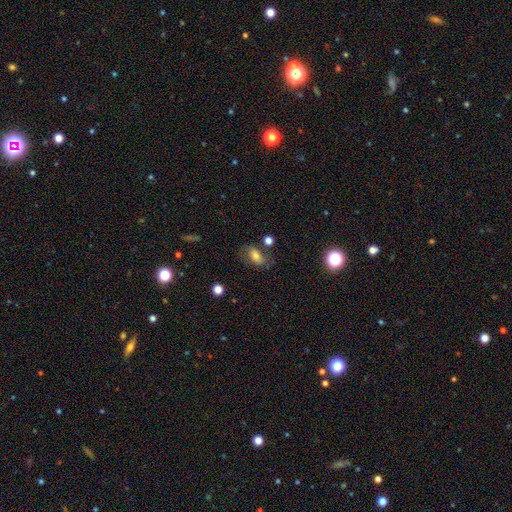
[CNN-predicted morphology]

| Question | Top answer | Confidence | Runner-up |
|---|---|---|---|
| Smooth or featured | smooth | 63% | featured or disk (25%) |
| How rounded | in between | 84% | round (13%) |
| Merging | none | 63% | minor disturbance (20%) |